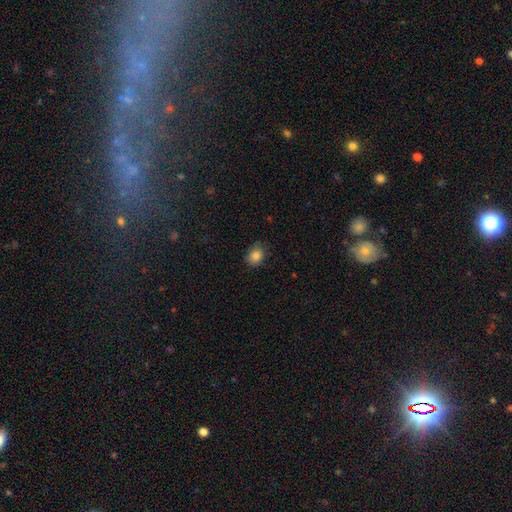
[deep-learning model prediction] A smooth galaxy with no disk features (85%) that is in between round and cigar-shaped (54%). Merging: none (75%).